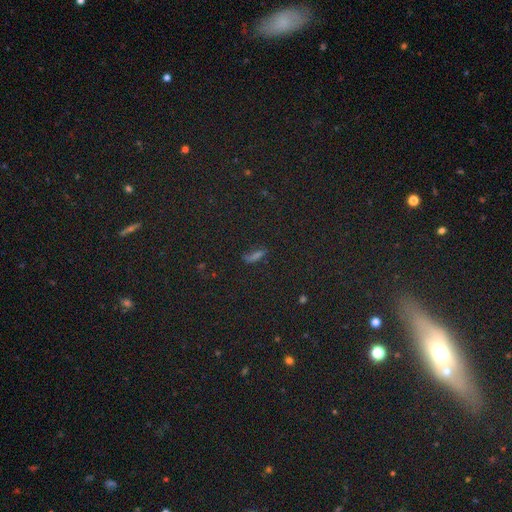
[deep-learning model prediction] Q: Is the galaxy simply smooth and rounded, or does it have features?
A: smooth — 48%.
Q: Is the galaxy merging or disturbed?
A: none — 79%.